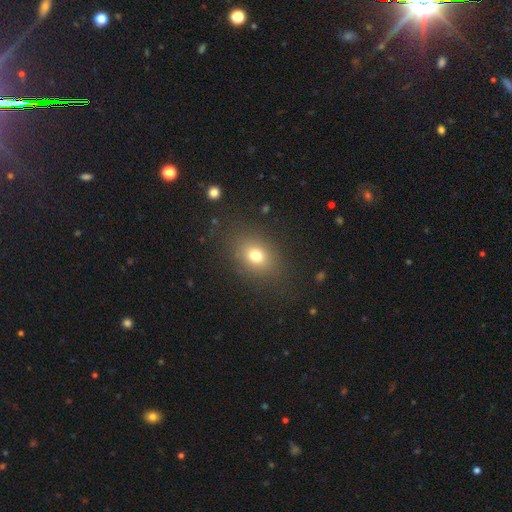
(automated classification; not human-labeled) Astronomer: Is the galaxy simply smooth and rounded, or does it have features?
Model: smooth — 75%.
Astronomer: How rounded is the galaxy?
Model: in between — 62% (runner-up: round, 37%).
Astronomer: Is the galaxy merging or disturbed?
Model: none — 83%.